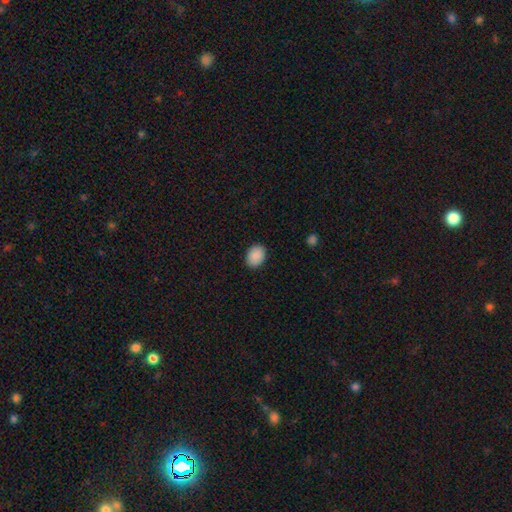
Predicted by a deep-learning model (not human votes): Smooth or featured? smooth (90%)
How rounded? in between (68%)
Merging? none (89%)